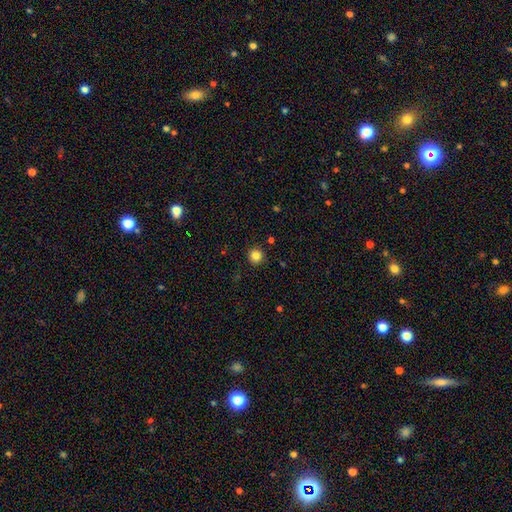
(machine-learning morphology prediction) The model was most divided on "smooth or featured": smooth: 83%, star or artifact: 12%, featured or disk: 5%. More confident: how rounded — round (94%); merging — none (92%).